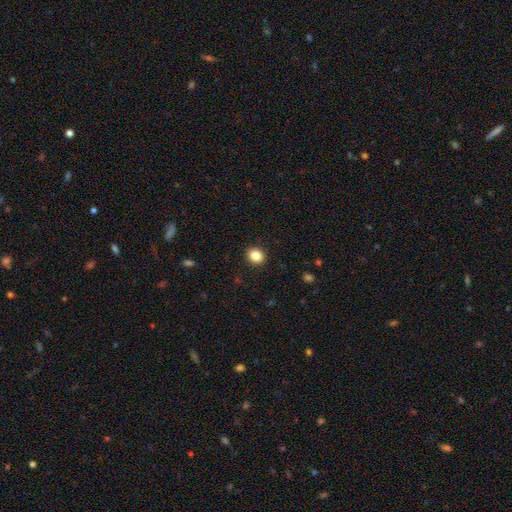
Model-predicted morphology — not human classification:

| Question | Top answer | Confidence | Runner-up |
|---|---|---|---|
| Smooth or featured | smooth | 85% | star or artifact (10%) |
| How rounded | round | 71% | in between (28%) |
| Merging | none | 92% | minor disturbance (6%) |